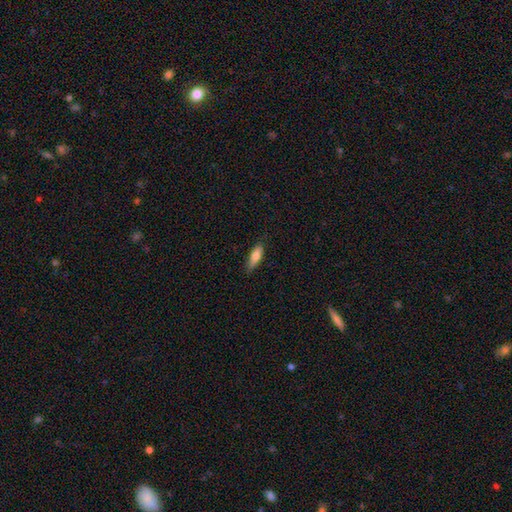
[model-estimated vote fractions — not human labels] Smooth or featured? Predicted: smooth (p=0.77). How rounded? Predicted: in between (p=0.52). Merging? Predicted: none (p=0.80).